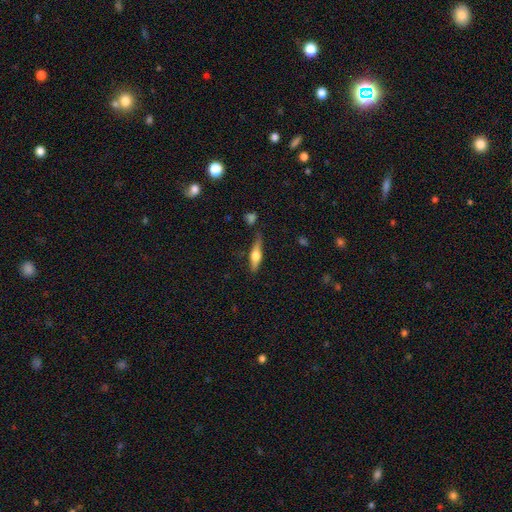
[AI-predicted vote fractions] Morphology: type=featured or disk (54%); edge-on=yes (94%); edge-on bulge=rounded (92%); merging=none (73%).